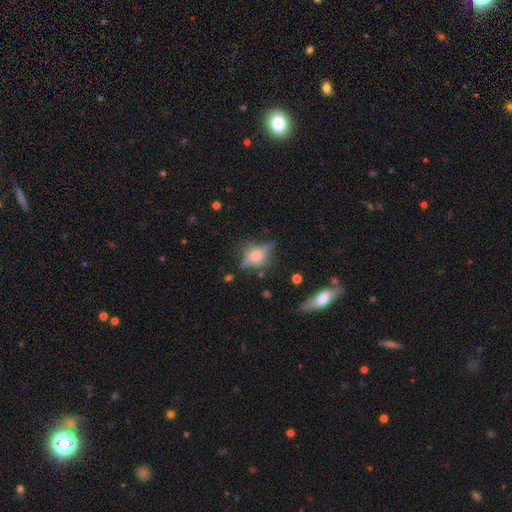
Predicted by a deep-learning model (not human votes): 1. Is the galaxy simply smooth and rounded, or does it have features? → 53% featured or disk, 34% smooth, 13% star or artifact.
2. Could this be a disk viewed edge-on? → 83% yes, 17% no.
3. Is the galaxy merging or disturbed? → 64% none, 21% minor disturbance, 10% major disturbance, 4% merger.